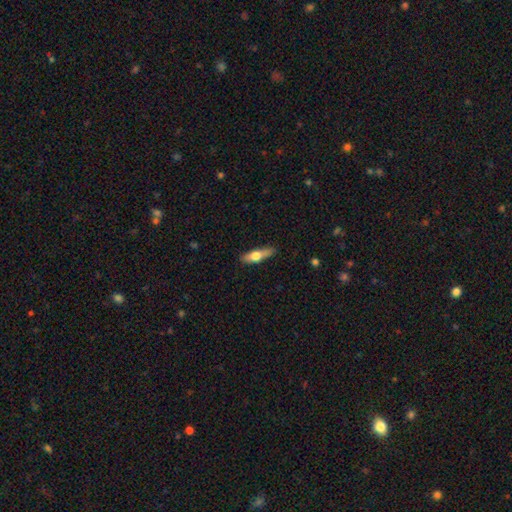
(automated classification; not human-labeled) smooth 57%, featured or disk 37%, star or artifact 6%. Down the decision tree: how rounded — cigar-shaped (58%); merging — none (80%).